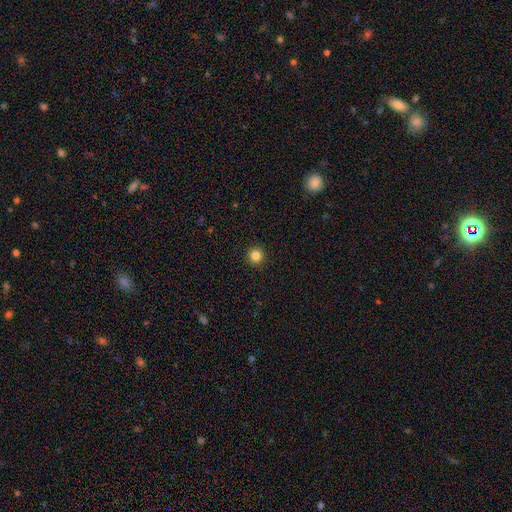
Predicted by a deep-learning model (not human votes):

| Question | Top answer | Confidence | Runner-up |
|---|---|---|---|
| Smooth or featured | smooth | 83% | star or artifact (12%) |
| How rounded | round | 95% | in between (4%) |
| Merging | none | 93% | minor disturbance (4%) |